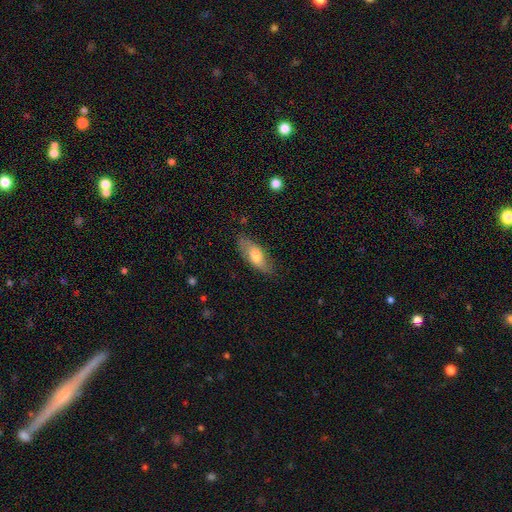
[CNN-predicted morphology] Smooth or featured?
  - smooth: 65% *
  - featured or disk: 28%
  - star or artifact: 6%
How rounded?
  - in between: 77% *
  - cigar-shaped: 20%
  - round: 3%
Merging?
  - none: 77% *
  - minor disturbance: 18%
  - major disturbance: 4%
  - merger: 1%